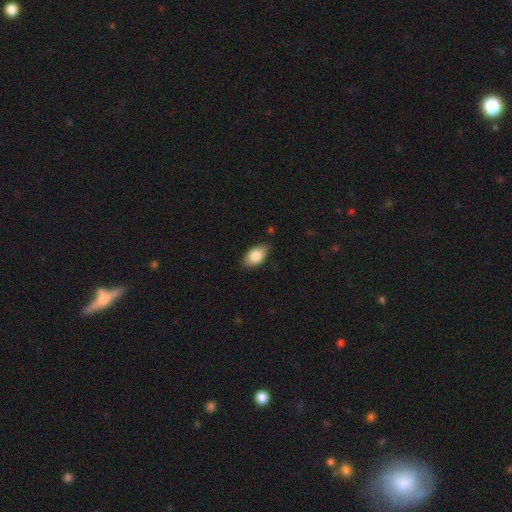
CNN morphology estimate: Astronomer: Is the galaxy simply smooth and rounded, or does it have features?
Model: smooth — 85%.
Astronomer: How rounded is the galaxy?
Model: in between — 93%.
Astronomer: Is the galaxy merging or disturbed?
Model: none — 81%.